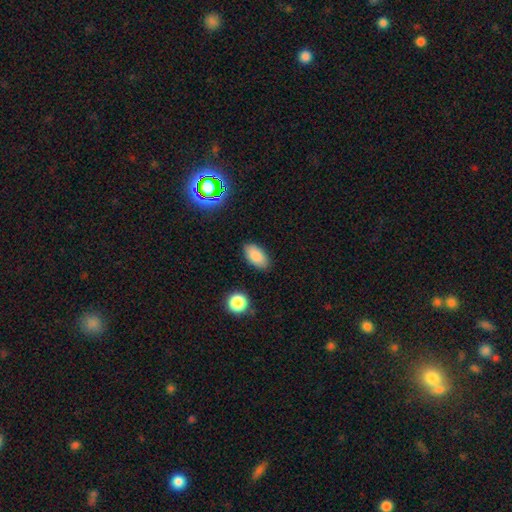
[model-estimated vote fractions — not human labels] Smooth or featured? smooth (85%)
How rounded? in between (93%)
Merging? none (86%)